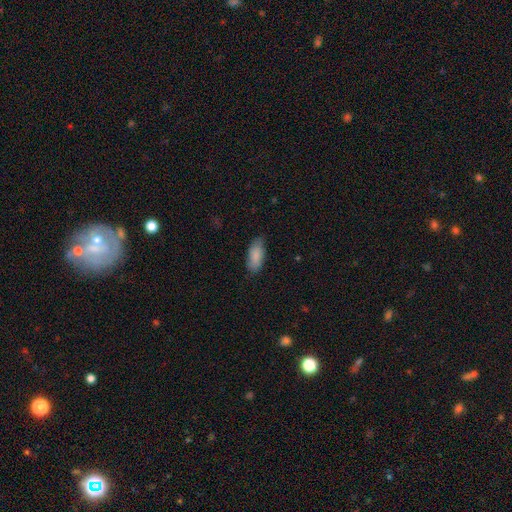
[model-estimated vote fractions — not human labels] This appears to be a smooth galaxy with no disk features (87%) that is in between round and cigar-shaped (84%). Merging: none (78%).